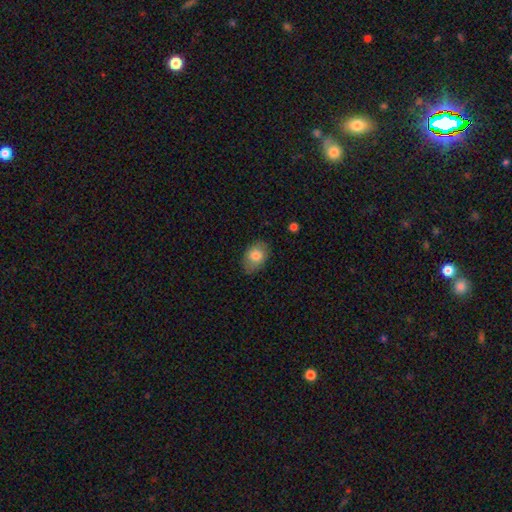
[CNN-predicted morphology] This is likely a smooth galaxy (80%). How rounded: clearly in between (80%). Merging: likely none (77%).